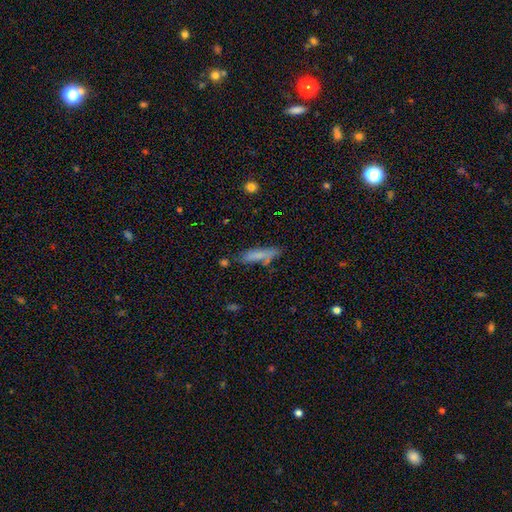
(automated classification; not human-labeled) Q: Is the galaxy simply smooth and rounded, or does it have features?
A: smooth — 69%.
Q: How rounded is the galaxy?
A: cigar-shaped — 81%.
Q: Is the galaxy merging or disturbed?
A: none — 76%.